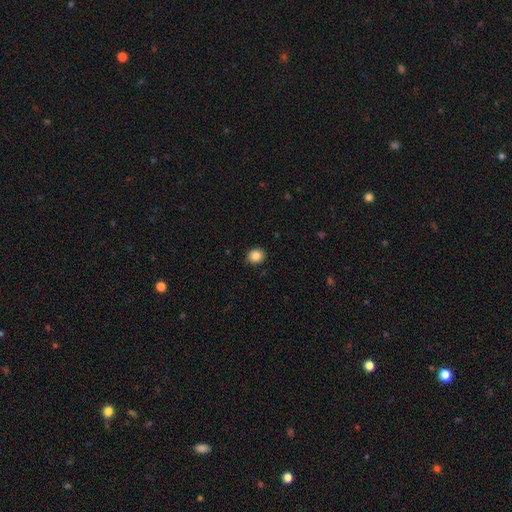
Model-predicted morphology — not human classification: Smooth or featured? Predicted: smooth (p=0.85). How rounded? Predicted: round (p=0.72). Merging? Predicted: none (p=0.90).